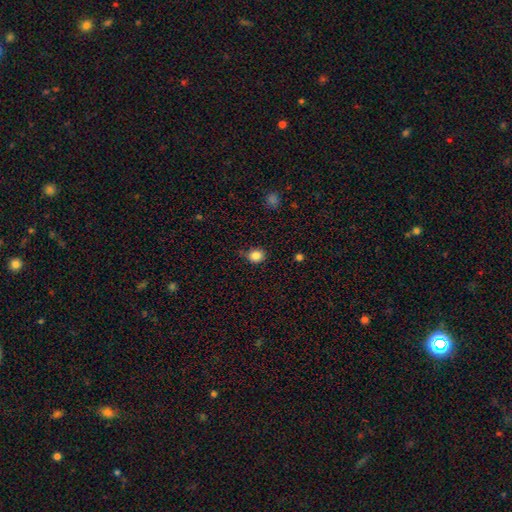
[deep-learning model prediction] smooth_or_featured: smooth (p=0.85) [alt: star or artifact p=0.11]
how_rounded: round (p=0.78) [alt: in between p=0.21]
merging: none (p=0.76) [alt: minor disturbance p=0.18]